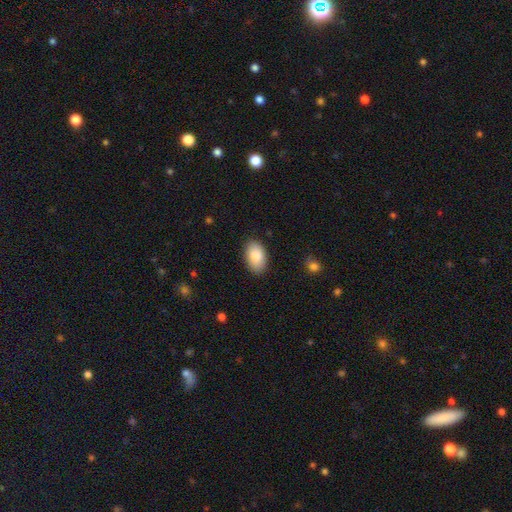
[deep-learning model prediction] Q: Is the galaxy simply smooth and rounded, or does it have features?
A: smooth — 87%.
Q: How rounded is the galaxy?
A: in between — 93%.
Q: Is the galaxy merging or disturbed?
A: none — 86%.